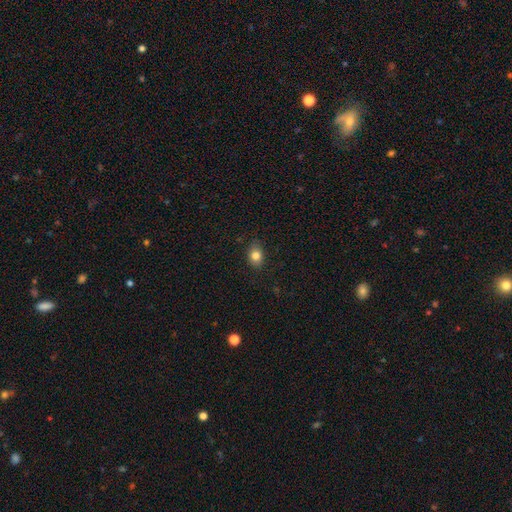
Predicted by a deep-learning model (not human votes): Smooth or featured? smooth (81%)
How rounded? in between (68%)
Merging? none (82%)